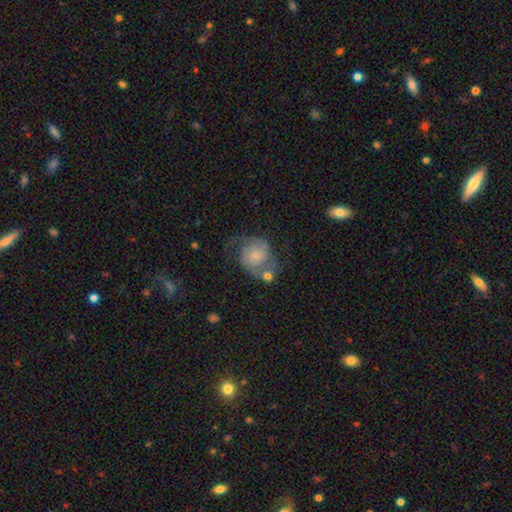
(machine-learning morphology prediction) This appears to be a featured or disk galaxy (73%) with no bar (75%), 2 (87%) medium (46%) spiral arms (93%) and a small central bulge (69%). Merging: none (50%).